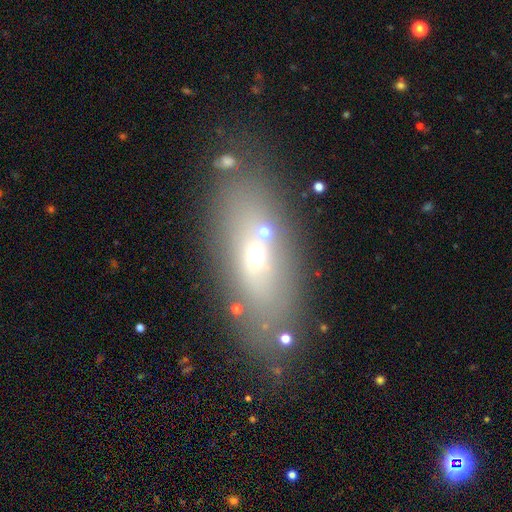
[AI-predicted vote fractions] Smooth or featured? smooth (52%)
How rounded? in between (68%)
Merging? none (72%)